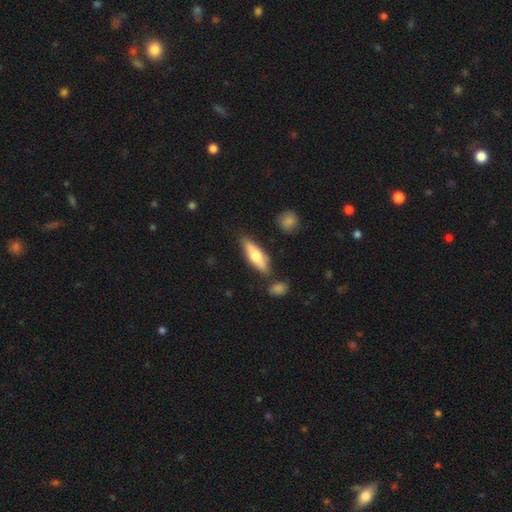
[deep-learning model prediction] Morphology: type=smooth (58%); roundness=cigar-shaped (54%); merging=none (75%).